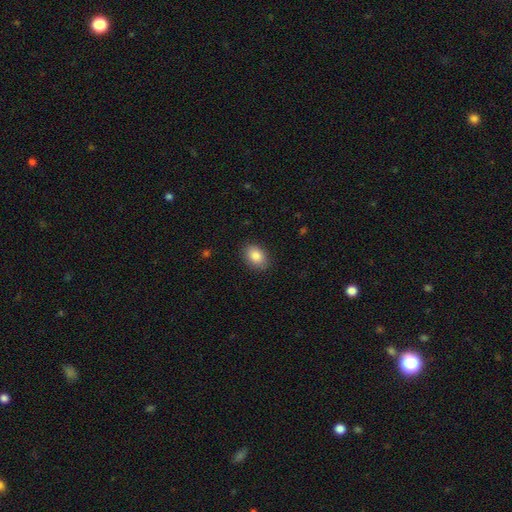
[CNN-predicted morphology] Q: Smooth or featured?
A: smooth (86%); runner-up: star or artifact (8%)
Q: How rounded?
A: in between (79%); runner-up: round (20%)
Q: Merging?
A: none (87%); runner-up: minor disturbance (10%)